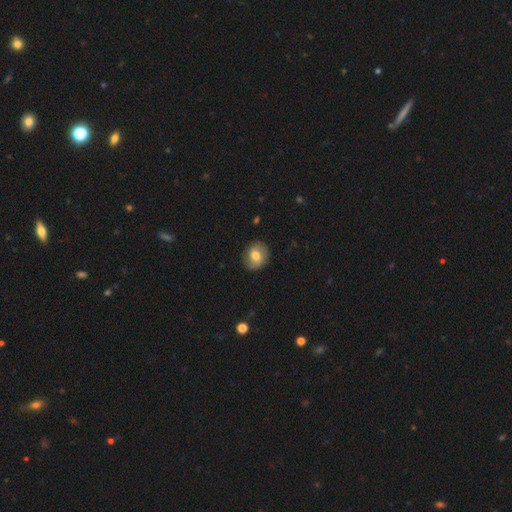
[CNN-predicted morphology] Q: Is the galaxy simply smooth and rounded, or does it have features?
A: smooth — 58%.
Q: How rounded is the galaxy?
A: round — 65%.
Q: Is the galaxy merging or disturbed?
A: none — 83%.